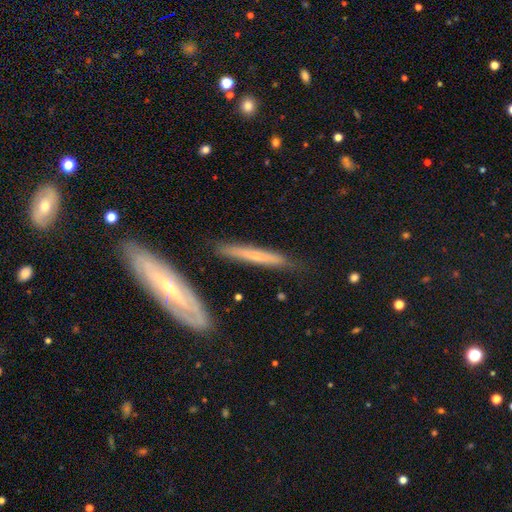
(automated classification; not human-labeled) A smooth galaxy with no disk features (46%, tied with featured or disk). Merging: none (80%).